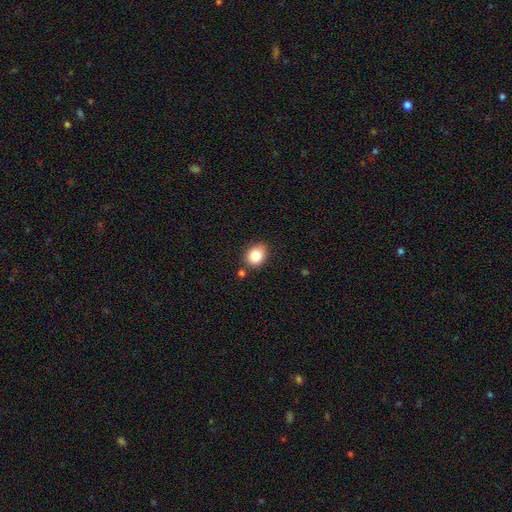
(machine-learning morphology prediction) Smooth or featured? smooth (87%)
How rounded? in between (53%)
Merging? none (75%)